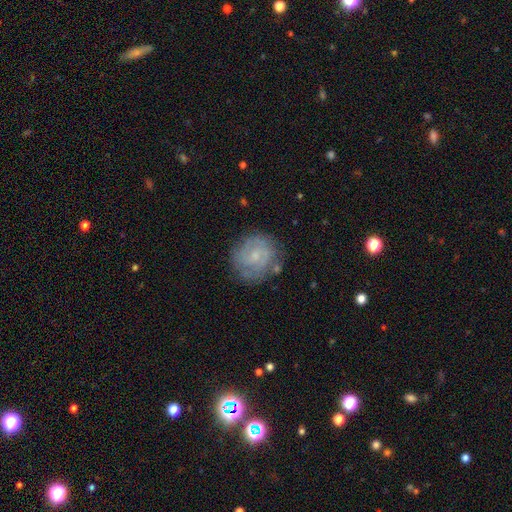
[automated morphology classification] Overall: featured or disk (67%). Edge-on disk: no (98%). Bar: no (57%; weak 38%). Spiral arms: yes (86%). Spiral arm count: 2 (46%; can't tell 31%). Spiral winding: tight (59%; medium 32%). Bulge size: small (65%). Merging: none (75%).